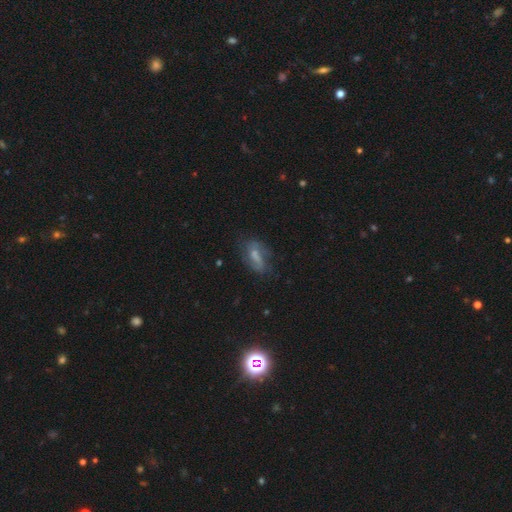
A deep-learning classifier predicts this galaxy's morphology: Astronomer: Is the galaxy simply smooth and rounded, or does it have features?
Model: featured or disk — 49% (runner-up: smooth, 41%).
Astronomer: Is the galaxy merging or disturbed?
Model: none — 57%.